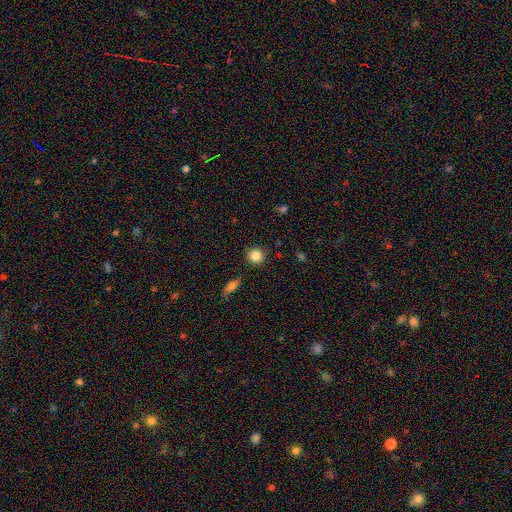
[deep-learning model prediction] smooth_or_featured: smooth (p=0.86) [alt: star or artifact p=0.09]
how_rounded: round (p=0.89) [alt: in between p=0.09]
merging: none (p=0.87) [alt: minor disturbance p=0.08]